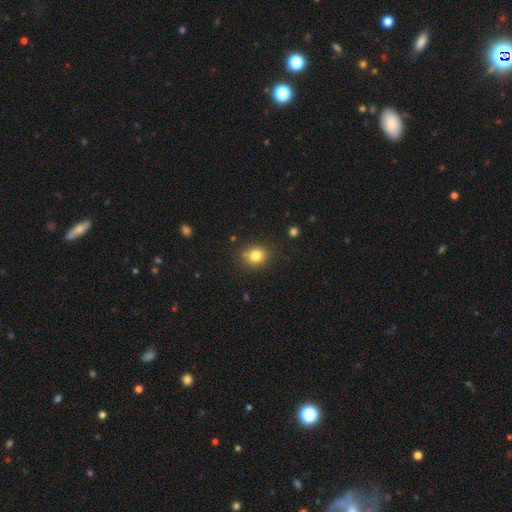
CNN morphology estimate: Smooth or featured? Predicted: smooth (p=0.81). How rounded? Predicted: round (p=0.68). Merging? Predicted: none (p=0.85).